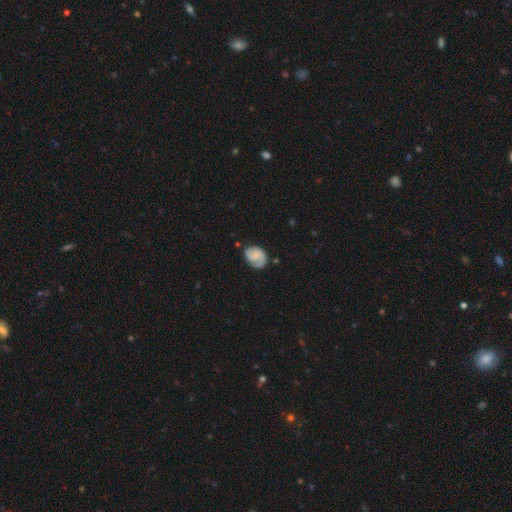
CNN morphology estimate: Smooth or featured? featured or disk (52%)
Edge-on disk? no (97%)
Bar? no (56%)
Spiral arms? yes (88%)
Bulge size? none (44%)
Merging? none (64%)